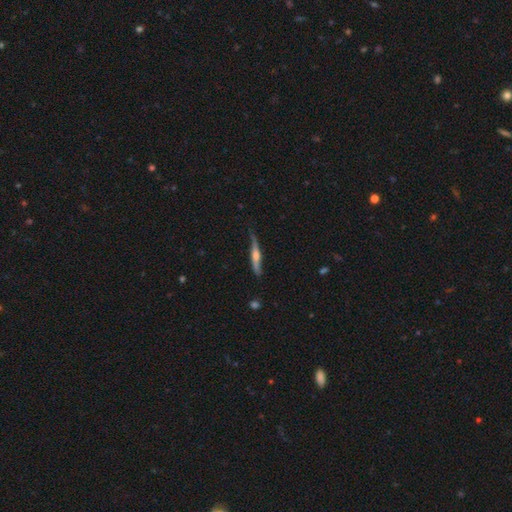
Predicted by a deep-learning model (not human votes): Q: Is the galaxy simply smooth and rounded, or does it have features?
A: featured or disk — 67%.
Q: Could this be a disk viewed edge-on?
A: yes — 89%.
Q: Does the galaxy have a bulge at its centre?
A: rounded — 84%.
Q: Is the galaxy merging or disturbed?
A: none — 67%.